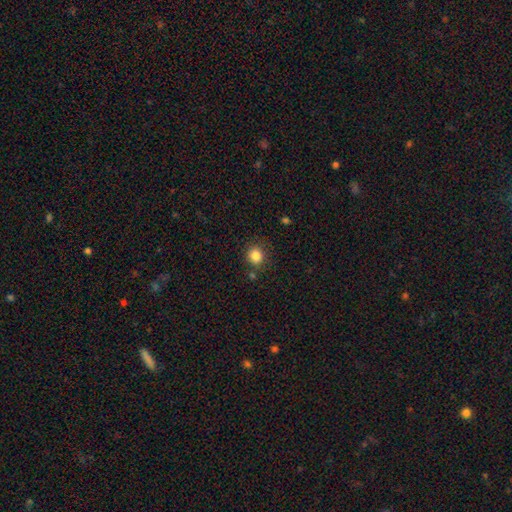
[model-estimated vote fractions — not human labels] smooth 85%, star or artifact 11%, featured or disk 4%. Down the decision tree: how rounded — round (82%); merging — none (82%).